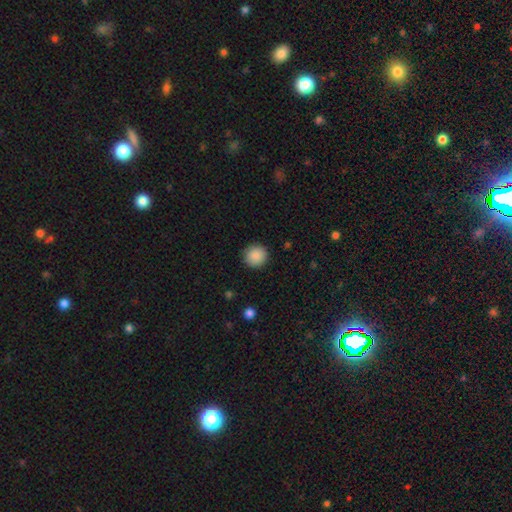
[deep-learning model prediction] Morphology: type=smooth (89%); roundness=round (93%); merging=none (91%).